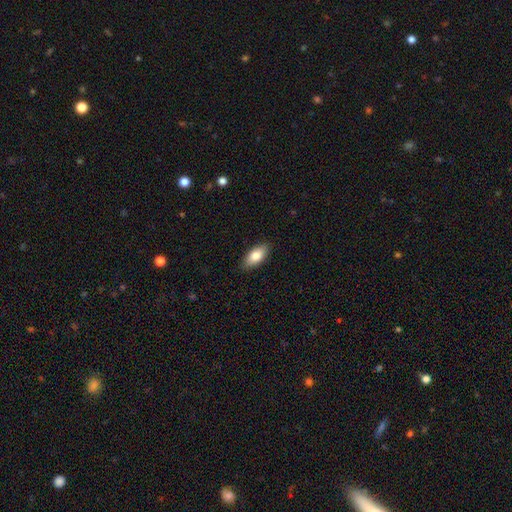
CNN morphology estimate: Smooth or featured?
  - smooth: 80% *
  - featured or disk: 13%
  - star or artifact: 6%
How rounded?
  - in between: 88% *
  - cigar-shaped: 10%
  - round: 3%
Merging?
  - none: 87% *
  - minor disturbance: 10%
  - major disturbance: 2%
  - merger: 1%